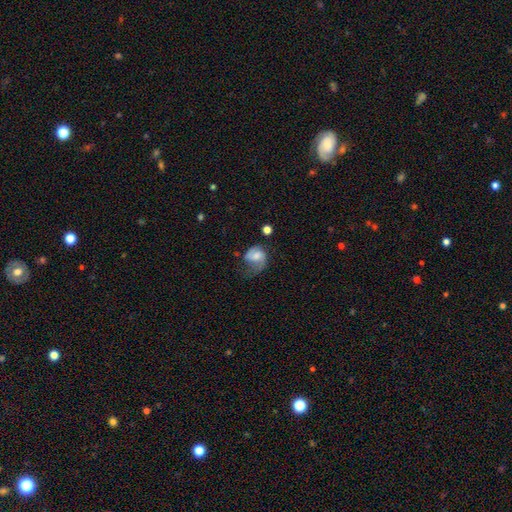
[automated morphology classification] smooth_or_featured: featured or disk (p=0.53) [alt: smooth p=0.39]
disk_edge_on: no (p=0.97) [alt: yes p=0.03]
bar: no (p=0.58) [alt: weak p=0.34]
has_spiral_arms: yes (p=0.84) [alt: no p=0.16]
bulge_size: moderate (p=0.47) [alt: small p=0.32]
merging: major disturbance (p=0.35) [alt: none p=0.34]